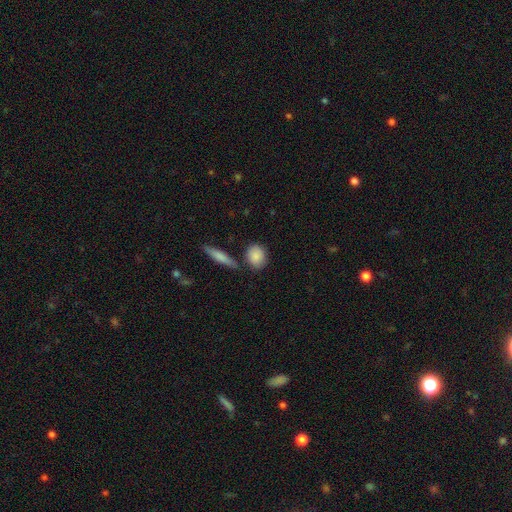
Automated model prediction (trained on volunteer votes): Q: Smooth or featured?
A: smooth (85%); runner-up: featured or disk (8%)
Q: How rounded?
A: round (55%); runner-up: in between (40%)
Q: Merging?
A: none (74%); runner-up: minor disturbance (14%)